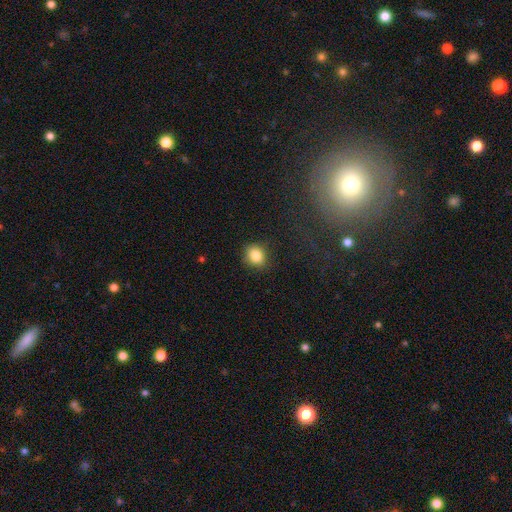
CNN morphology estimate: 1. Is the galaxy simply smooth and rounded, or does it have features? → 84% smooth, 10% star or artifact, 6% featured or disk.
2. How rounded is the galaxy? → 72% round, 27% in between, 1% cigar-shaped.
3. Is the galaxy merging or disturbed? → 85% none, 11% minor disturbance, 3% major disturbance, 1% merger.